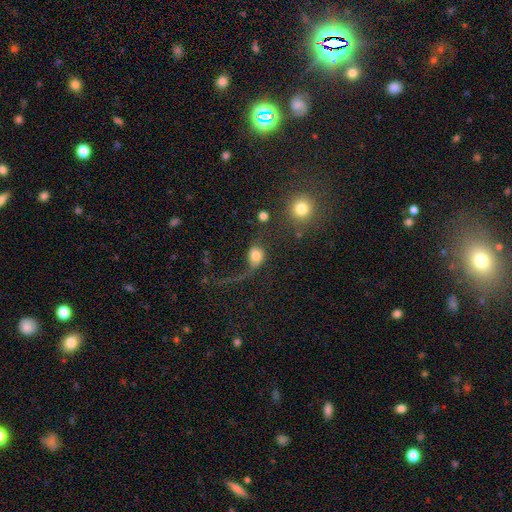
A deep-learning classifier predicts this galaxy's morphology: Smooth or featured? Predicted: smooth (p=0.68). How rounded? Predicted: round (p=0.53). Merging? Predicted: major disturbance (p=0.46).